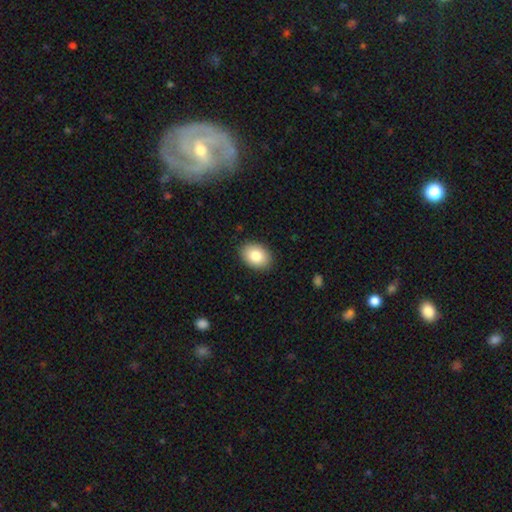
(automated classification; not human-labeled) Smooth or featured?
  - smooth: 83% *
  - featured or disk: 10%
  - star or artifact: 8%
How rounded?
  - in between: 76% *
  - round: 23%
  - cigar-shaped: 1%
Merging?
  - none: 89% *
  - minor disturbance: 8%
  - major disturbance: 2%
  - merger: 1%